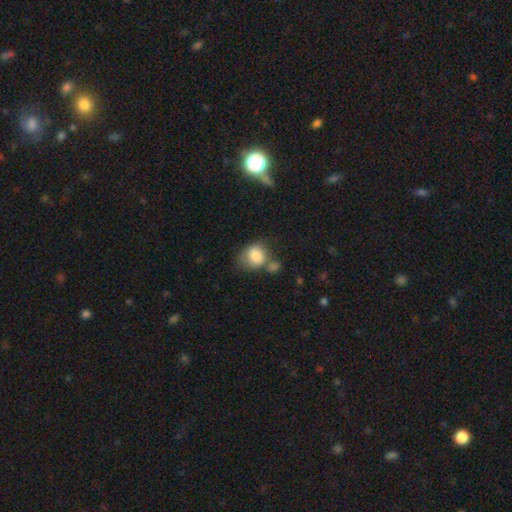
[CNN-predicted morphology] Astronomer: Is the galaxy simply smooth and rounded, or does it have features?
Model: smooth — 82%.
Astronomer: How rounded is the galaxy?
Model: round — 56% (runner-up: in between, 43%).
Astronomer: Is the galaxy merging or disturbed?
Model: none — 36% (runner-up: merger, 30%).